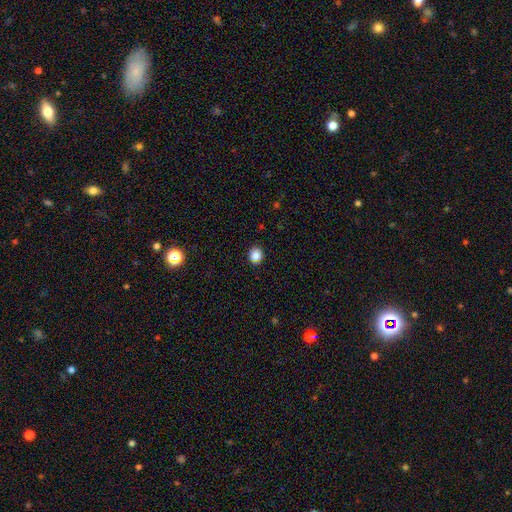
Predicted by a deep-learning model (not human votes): The model was most divided on "how rounded": round: 76%, in between: 23%, cigar-shaped: 1%. More confident: merging — none (91%); smooth or featured — smooth (86%).